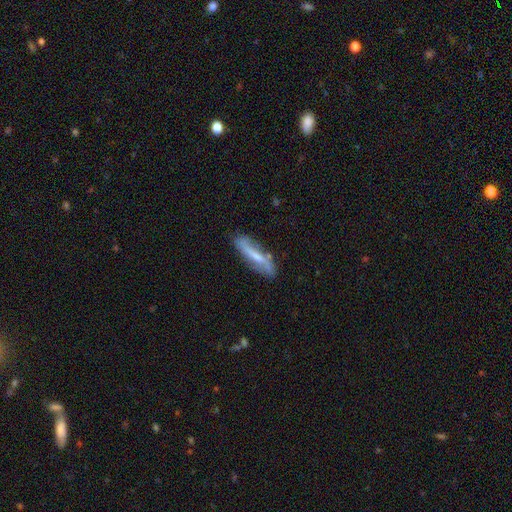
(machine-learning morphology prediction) The model was most divided on "smooth or featured": featured or disk: 55%, smooth: 38%, star or artifact: 7%. More confident: merging — none (72%); edge-on disk — no (59%).